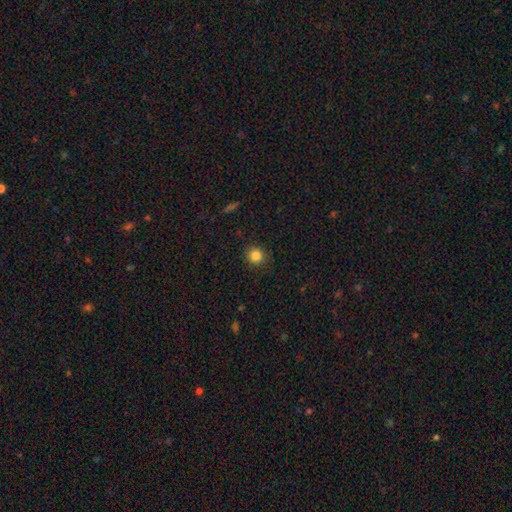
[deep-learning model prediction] Smooth or featured? smooth (84%)
How rounded? round (90%)
Merging? none (88%)